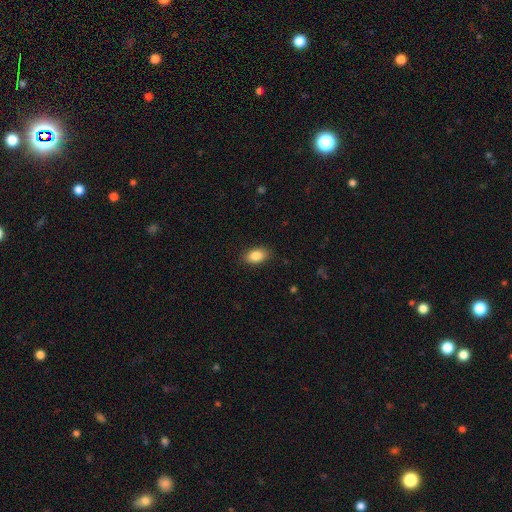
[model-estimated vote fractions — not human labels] Overall: smooth (86%). How rounded: in between (90%). Merging: none (87%).